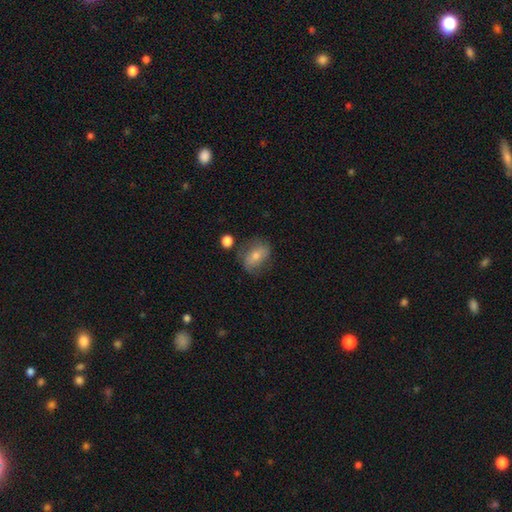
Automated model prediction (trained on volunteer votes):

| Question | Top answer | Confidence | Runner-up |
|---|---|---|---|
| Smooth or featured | smooth | 54% | featured or disk (35%) |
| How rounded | in between | 70% | round (27%) |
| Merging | none | 66% | minor disturbance (21%) |